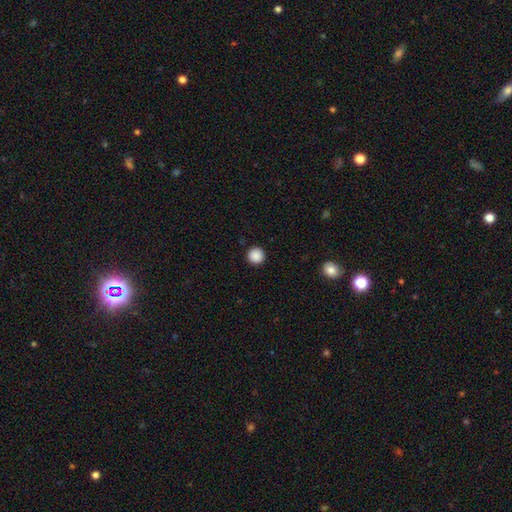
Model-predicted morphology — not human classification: This is clearly a smooth galaxy (89%). How rounded: clearly round (96%). Merging: clearly none (93%).